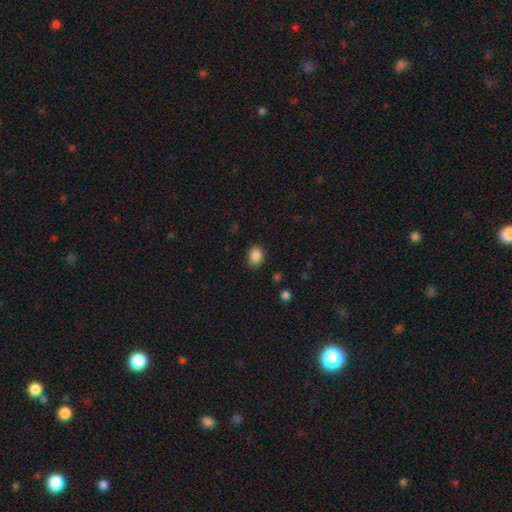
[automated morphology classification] type=smooth (87%); roundness=round (53%); merging=none (87%).